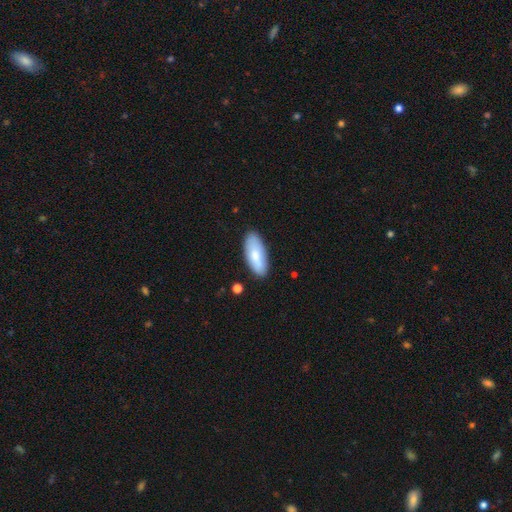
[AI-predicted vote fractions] smooth_or_featured: smooth (p=0.77) [alt: featured or disk p=0.17]
how_rounded: in between (p=0.84) [alt: cigar-shaped p=0.14]
merging: none (p=0.85) [alt: minor disturbance p=0.12]